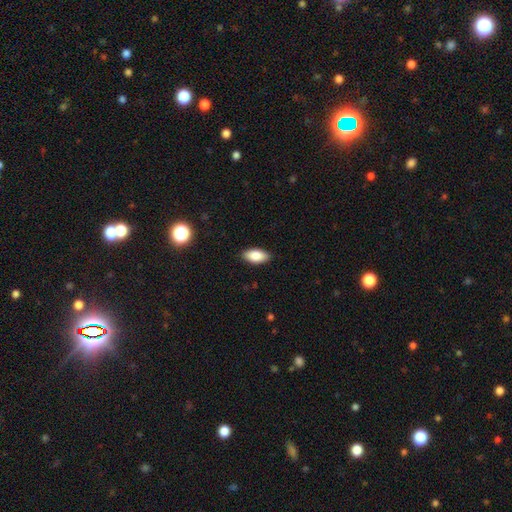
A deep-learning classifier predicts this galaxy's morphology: The model was most divided on "merging": none: 88%, minor disturbance: 9%, major disturbance: 2%, merger: 1%. More confident: how rounded — in between (92%); smooth or featured — smooth (86%).